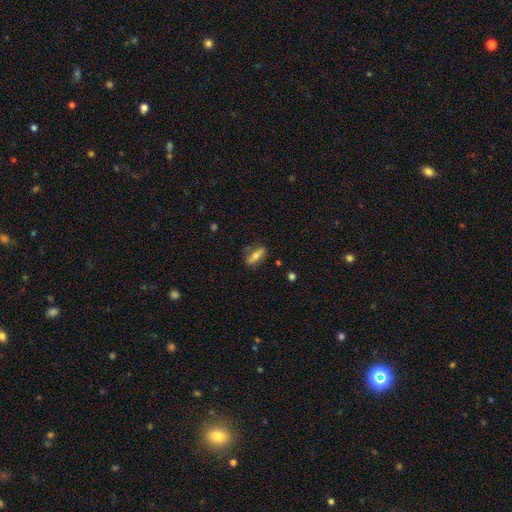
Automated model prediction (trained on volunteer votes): Smooth or featured: smooth — 68% (featured or disk — 25%)
How rounded: in between — 61% (cigar-shaped — 35%)
Merging: none — 76% (minor disturbance — 17%)